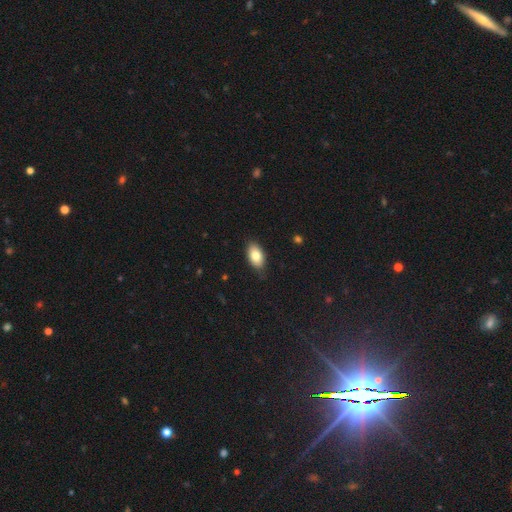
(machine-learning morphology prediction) type=smooth (81%); roundness=in between (92%); merging=none (82%).